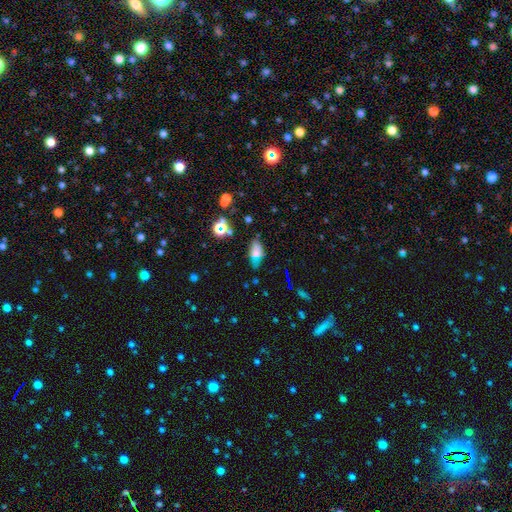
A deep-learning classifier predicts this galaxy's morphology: Q: Smooth or featured?
A: smooth (62%); runner-up: star or artifact (20%)
Q: How rounded?
A: in between (82%); runner-up: cigar-shaped (10%)
Q: Merging?
A: none (62%); runner-up: minor disturbance (24%)